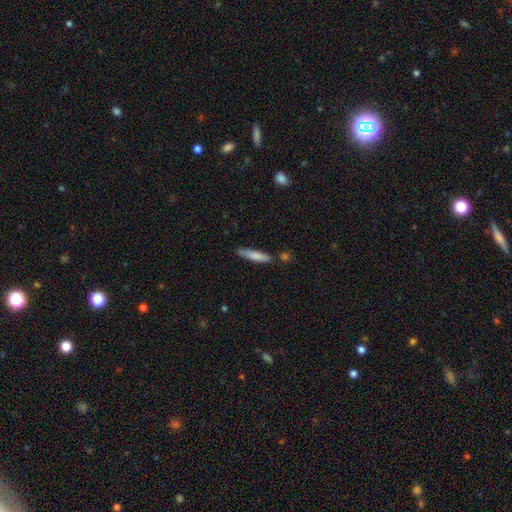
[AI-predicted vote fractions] smooth-or-featured: smooth: 79% | featured or disk: 15% | star or artifact: 6%
  how-rounded: cigar-shaped: 84% | in between: 15% | round: 1%
  merging: none: 72% | minor disturbance: 19% | merger: 5% | major disturbance: 3%